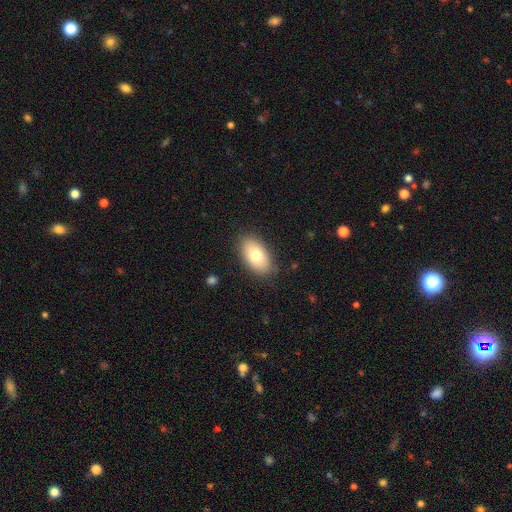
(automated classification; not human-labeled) Morphology: type=smooth (75%); roundness=in between (93%); merging=none (84%).